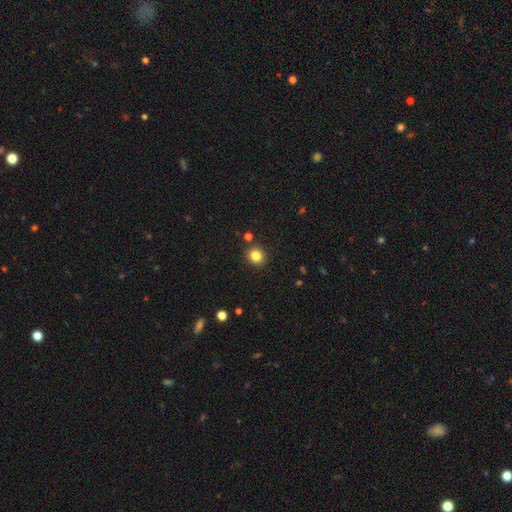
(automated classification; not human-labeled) Q: Smooth or featured?
A: smooth (83%); runner-up: star or artifact (12%)
Q: How rounded?
A: round (90%); runner-up: in between (9%)
Q: Merging?
A: none (89%); runner-up: minor disturbance (6%)